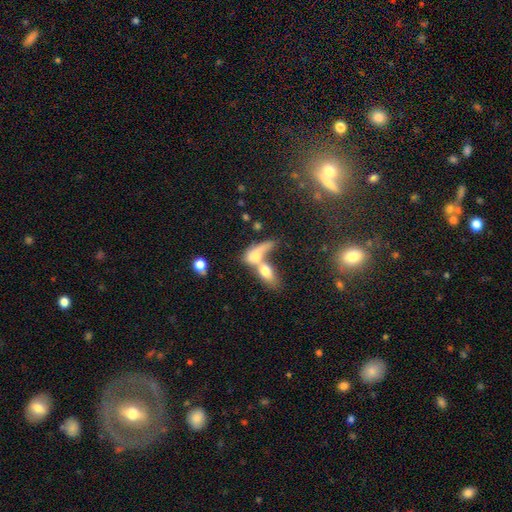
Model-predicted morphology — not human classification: Overall: smooth (67%). How rounded: in between (68%). Merging: merger (72%).